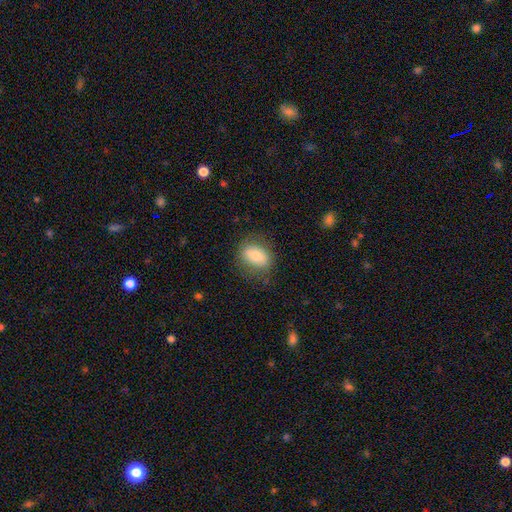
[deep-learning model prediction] A smooth galaxy with no disk features (76%) that is in between round and cigar-shaped (75%).

Vote fractions:
- Smooth or featured? smooth: 76% / featured or disk: 17% / star or artifact: 8%
- How rounded? in between: 75% / round: 23% / cigar-shaped: 2%
- Merging? none: 76% / minor disturbance: 17% / major disturbance: 6% / merger: 1%